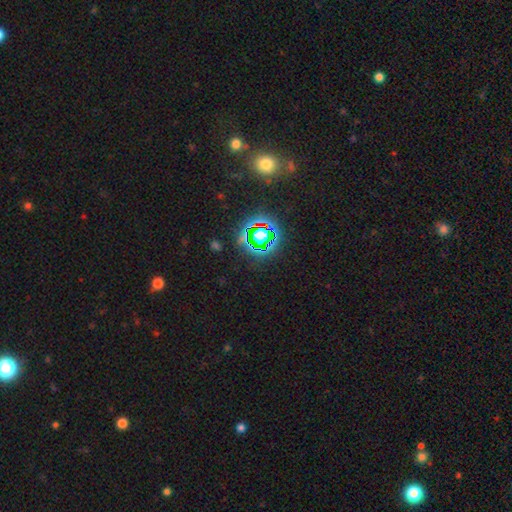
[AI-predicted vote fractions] Smooth or featured: star or artifact — 67% (smooth — 25%)